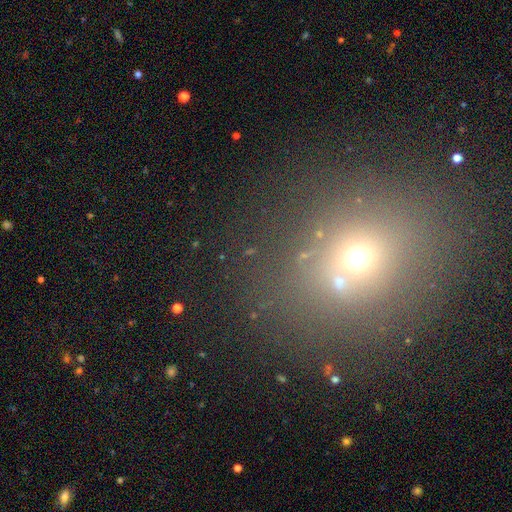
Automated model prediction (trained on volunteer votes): A smooth galaxy with no disk features (48%). Merging: none (70%).